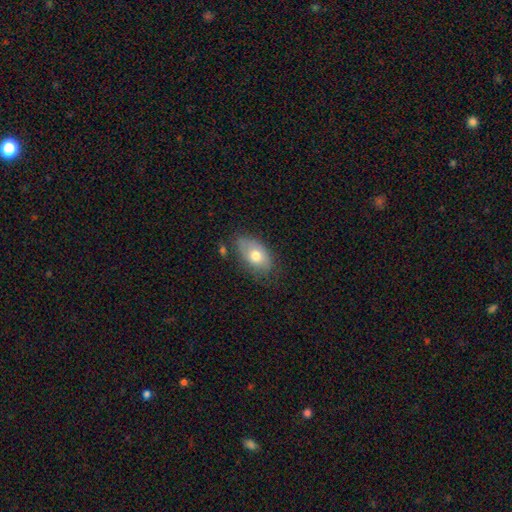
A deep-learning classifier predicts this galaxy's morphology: Smooth or featured? Predicted: smooth (p=0.71). How rounded? Predicted: in between (p=0.91). Merging? Predicted: none (p=0.64).